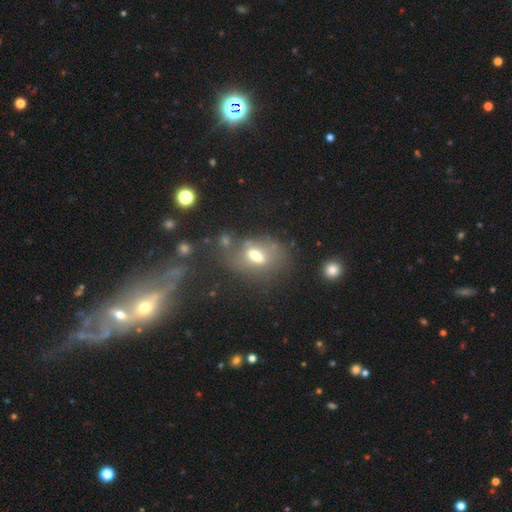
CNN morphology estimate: smooth-or-featured: smooth: 52% | featured or disk: 34% | star or artifact: 14%
  how-rounded: in between: 80% | round: 14% | cigar-shaped: 6%
  merging: none: 43% | major disturbance: 21% | minor disturbance: 20% | merger: 16%